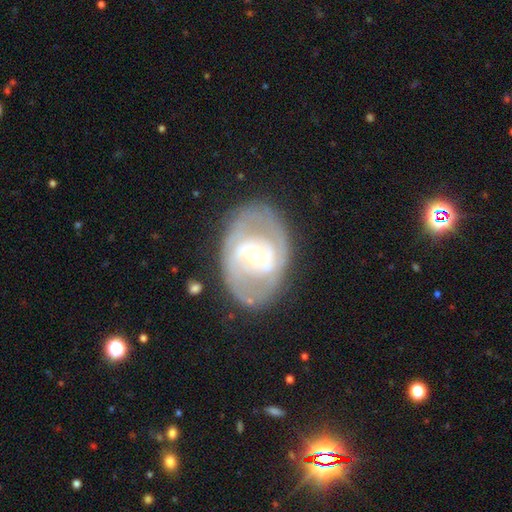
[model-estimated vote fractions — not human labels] A featured or disk galaxy (78%) with a weak bar (40%), 2 (64%) tight (44%) spiral arms (73%) and a small central bulge (50%).

Vote fractions:
- Smooth or featured? featured or disk: 78% / smooth: 16% / star or artifact: 6%
- Edge-on disk? no: 96% / yes: 4%
- Bar? weak: 40% / no: 38% / strong: 23%
- Spiral arms? yes: 73% / no: 27%
- Spiral winding? tight: 44% / medium: 39% / loose: 17%
- Spiral arm count? 2: 64% / can't tell: 23% / 3: 5% / 1: 4% / 4: 2% / more than 4: 2%
- Bulge size? small: 50% / moderate: 43% / large: 5% / dominant: 1% / none: 1%
- Merging? none: 72% / minor disturbance: 16% / major disturbance: 10% / merger: 2%